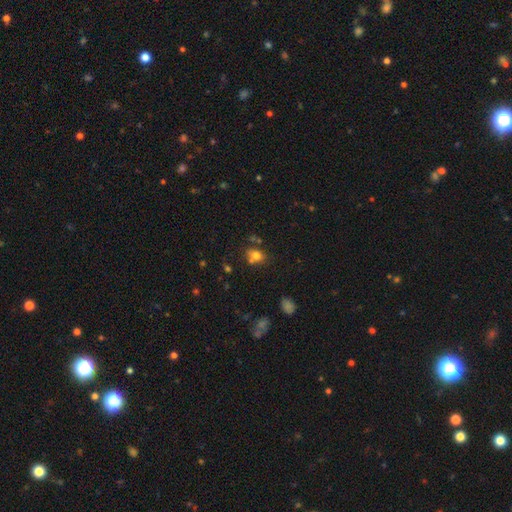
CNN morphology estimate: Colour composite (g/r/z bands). It shows a smooth galaxy with no disk features (72%) that is in between round and cigar-shaped (54%). Merging: none (55%).